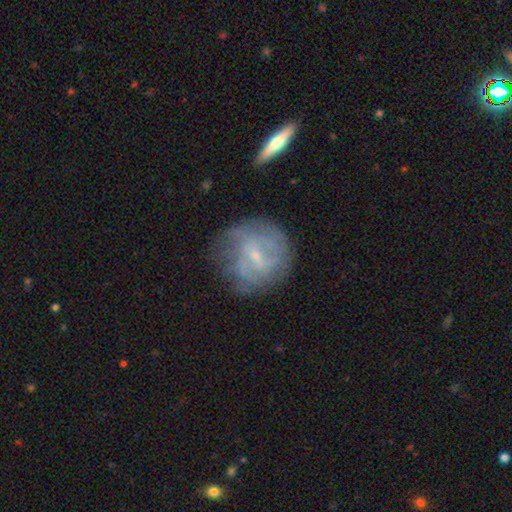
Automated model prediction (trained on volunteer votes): Smooth or featured: featured or disk — 69% (smooth — 23%)
Edge-on disk: no — 95% (yes — 5%)
Bar: weak — 53% (no — 32%)
Spiral arms: yes — 75% (no — 25%)
Bulge size: small — 76% (moderate — 16%)
Merging: none — 63% (minor disturbance — 22%)